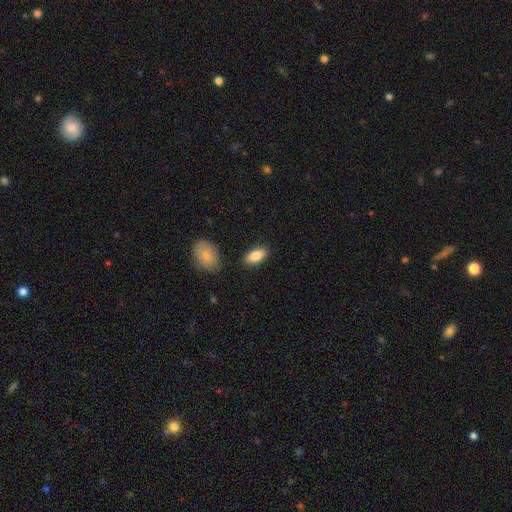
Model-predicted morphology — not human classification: The model was most divided on "merging": none: 86%, minor disturbance: 10%, major disturbance: 2%, merger: 2%. More confident: how rounded — in between (90%); smooth or featured — smooth (86%).